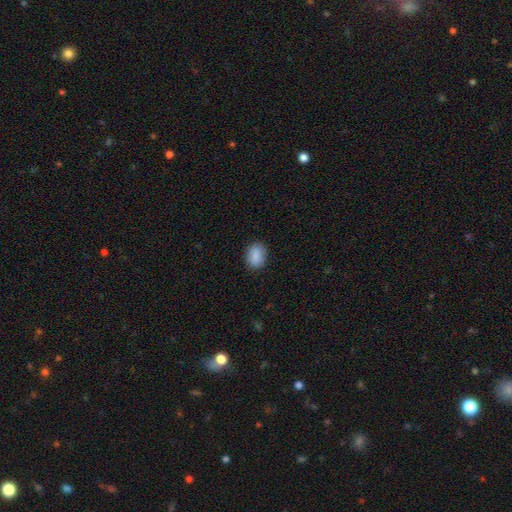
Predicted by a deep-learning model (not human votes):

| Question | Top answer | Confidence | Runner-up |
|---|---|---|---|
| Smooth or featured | smooth | 87% | star or artifact (7%) |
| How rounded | in between | 73% | round (25%) |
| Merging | none | 86% | minor disturbance (11%) |